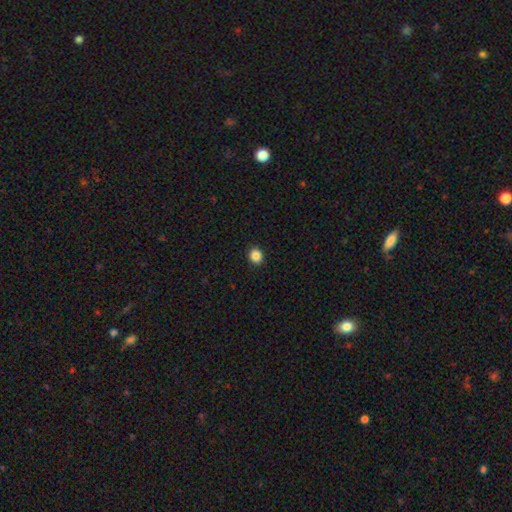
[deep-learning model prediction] smooth_or_featured: smooth (p=0.87) [alt: star or artifact p=0.10]
how_rounded: round (p=0.71) [alt: in between p=0.28]
merging: none (p=0.93) [alt: minor disturbance p=0.05]